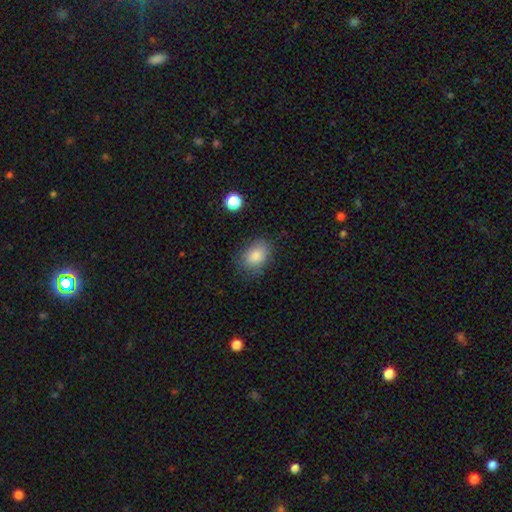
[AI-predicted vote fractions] Overall: smooth (85%). How rounded: in between (71%). Merging: none (78%).